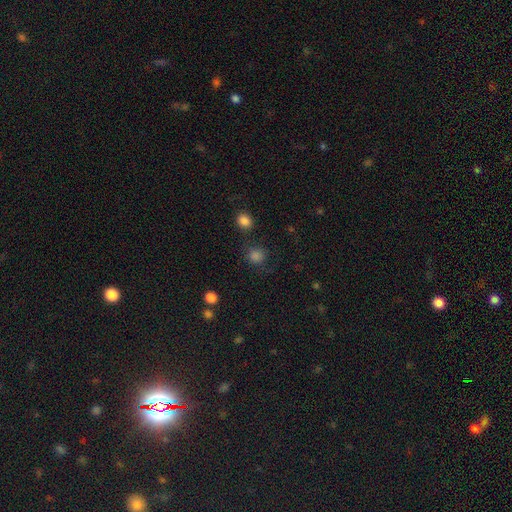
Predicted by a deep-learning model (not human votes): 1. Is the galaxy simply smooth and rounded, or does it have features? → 80% smooth, 16% star or artifact, 4% featured or disk.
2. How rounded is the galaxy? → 87% round, 12% in between, 1% cigar-shaped.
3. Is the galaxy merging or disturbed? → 76% none, 12% minor disturbance, 6% major disturbance, 5% merger.